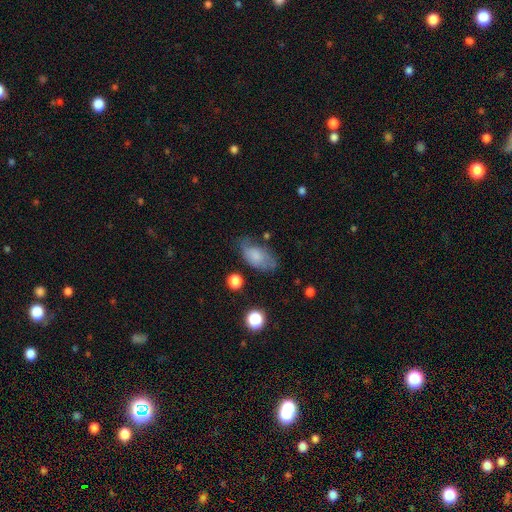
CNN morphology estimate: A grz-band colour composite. It shows a smooth galaxy with no disk features (67%) that is in between round and cigar-shaped (91%). Merging: none (54%).